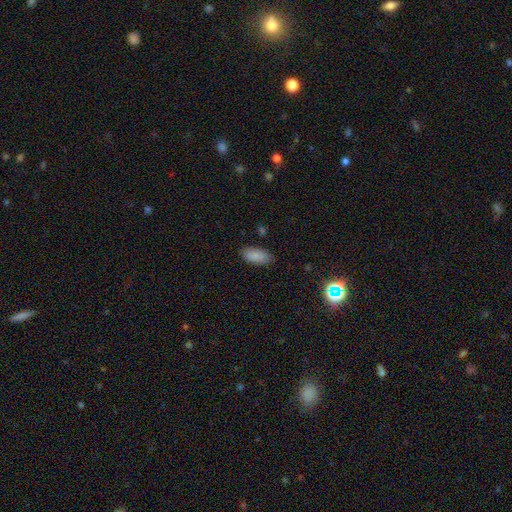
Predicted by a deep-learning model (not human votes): Morphology: type=smooth (86%); roundness=in between (92%); merging=none (83%).